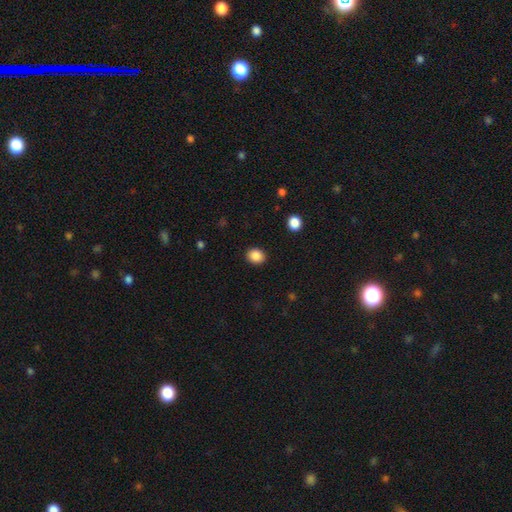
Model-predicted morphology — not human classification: smooth_or_featured: smooth (p=0.88) [alt: star or artifact p=0.10]
how_rounded: round (p=0.65) [alt: in between p=0.35]
merging: none (p=0.90) [alt: minor disturbance p=0.06]